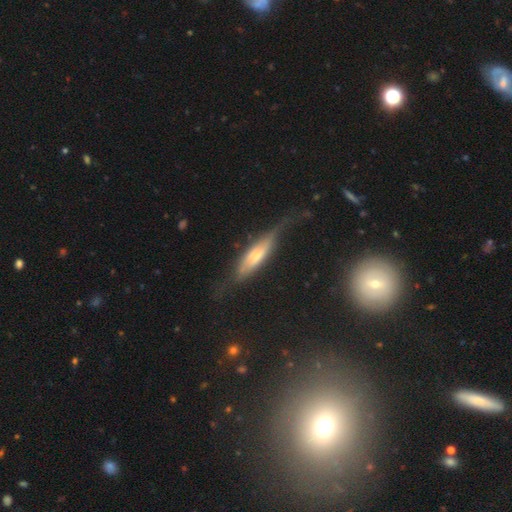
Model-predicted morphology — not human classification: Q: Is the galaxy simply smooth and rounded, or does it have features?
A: featured or disk — 52%.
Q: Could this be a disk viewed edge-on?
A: yes — 72%.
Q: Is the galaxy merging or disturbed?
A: none — 52%.